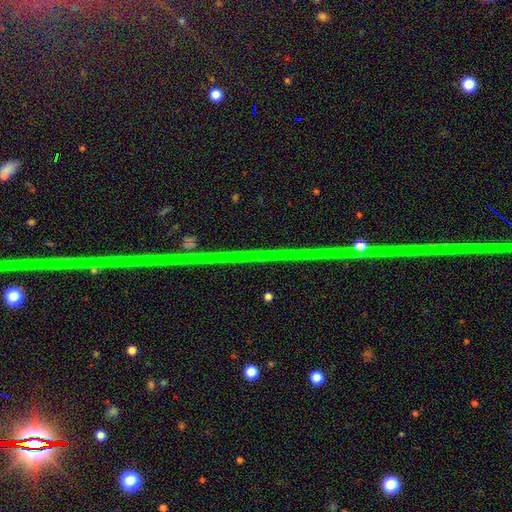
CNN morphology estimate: star or artifact 88%, featured or disk 7%, smooth 5%.